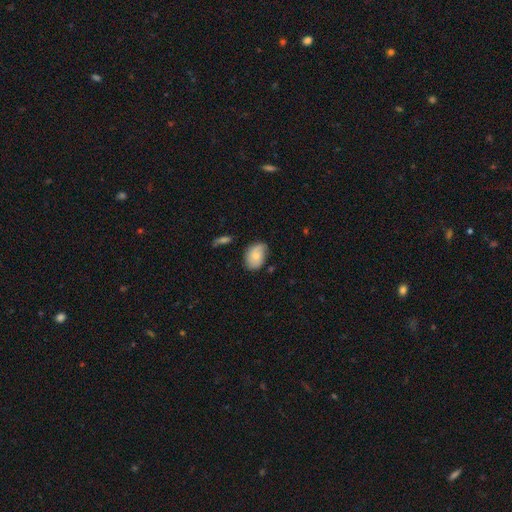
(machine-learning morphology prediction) Overall: smooth (65%; featured or disk 27%). How rounded: in between (79%). Merging: none (60%; minor disturbance 31%).